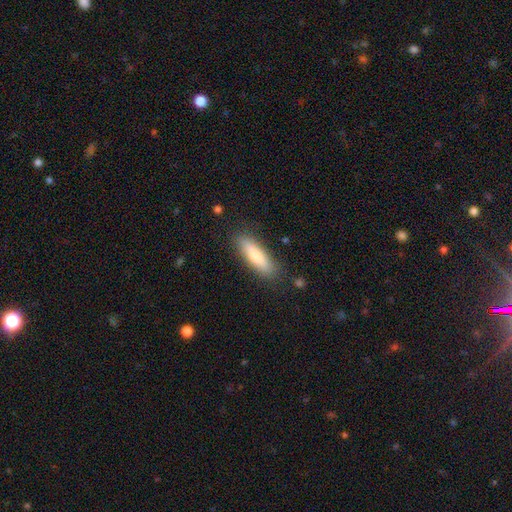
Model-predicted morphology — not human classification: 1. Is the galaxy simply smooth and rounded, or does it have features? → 75% smooth, 19% featured or disk, 6% star or artifact.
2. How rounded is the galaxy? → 58% cigar-shaped, 41% in between, 2% round.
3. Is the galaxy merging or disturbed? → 86% none, 10% minor disturbance, 2% major disturbance, 1% merger.